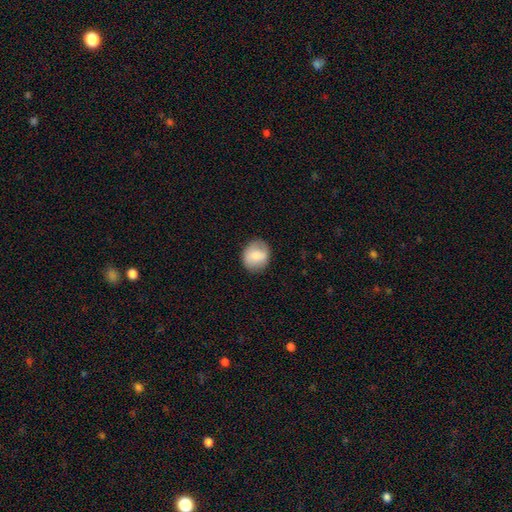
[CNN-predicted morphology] type=smooth (76%); roundness=round (70%); merging=none (82%).